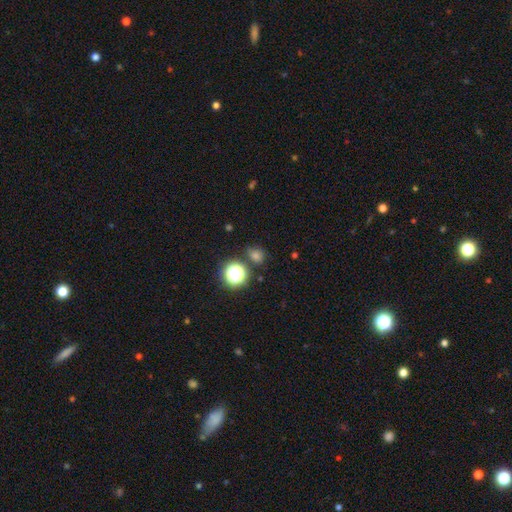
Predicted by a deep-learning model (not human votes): Smooth or featured?
  - smooth: 60% *
  - star or artifact: 34%
  - featured or disk: 6%
How rounded?
  - round: 75% *
  - in between: 24%
  - cigar-shaped: 1%
Merging?
  - none: 80% *
  - minor disturbance: 9%
  - merger: 7%
  - major disturbance: 3%